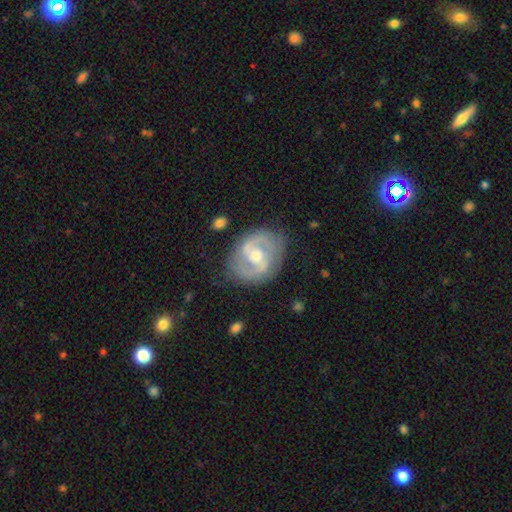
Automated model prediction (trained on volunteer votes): Smooth or featured? featured or disk (85%)
Edge-on disk? no (97%)
Bar? weak (49%)
Spiral arms? yes (93%)
Spiral winding? medium (51%)
Spiral arm count? 2 (88%)
Bulge size? moderate (68%)
Merging? none (78%)